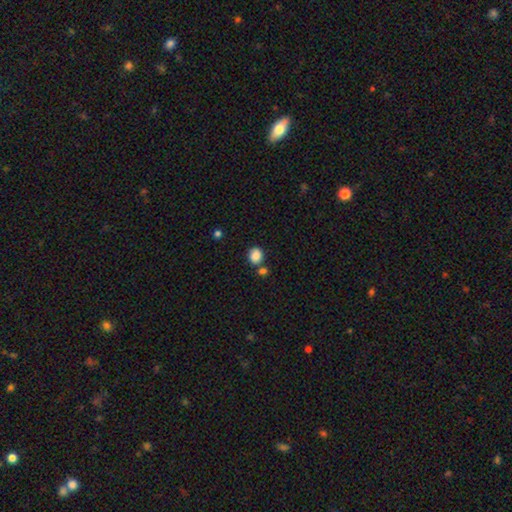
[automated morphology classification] A smooth galaxy with no disk features (87%) that is round (71%).

Vote fractions:
- Smooth or featured? smooth: 87% / star or artifact: 9% / featured or disk: 4%
- How rounded? round: 71% / in between: 28% / cigar-shaped: 1%
- Merging? none: 70% / merger: 16% / minor disturbance: 11% / major disturbance: 3%